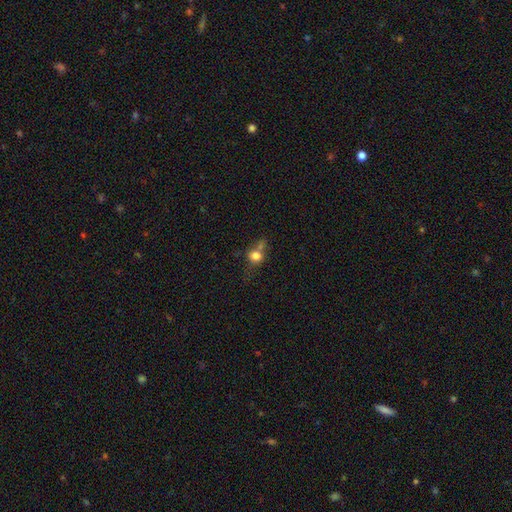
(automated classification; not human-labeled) Q: Smooth or featured?
A: smooth (75%); runner-up: featured or disk (13%)
Q: How rounded?
A: round (75%); runner-up: in between (23%)
Q: Merging?
A: none (42%); runner-up: merger (30%)